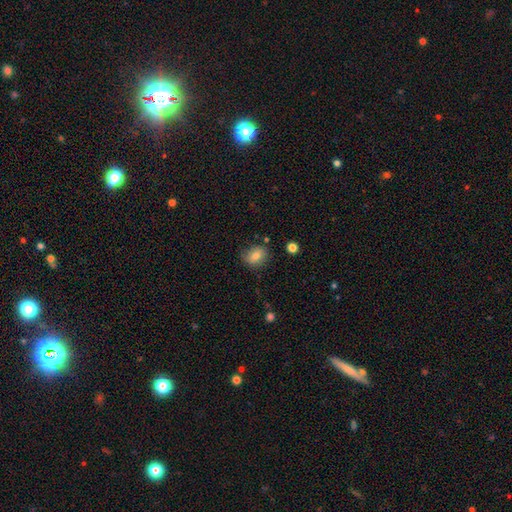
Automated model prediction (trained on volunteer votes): Morphology: type=smooth (78%); roundness=in between (55%); merging=none (78%).